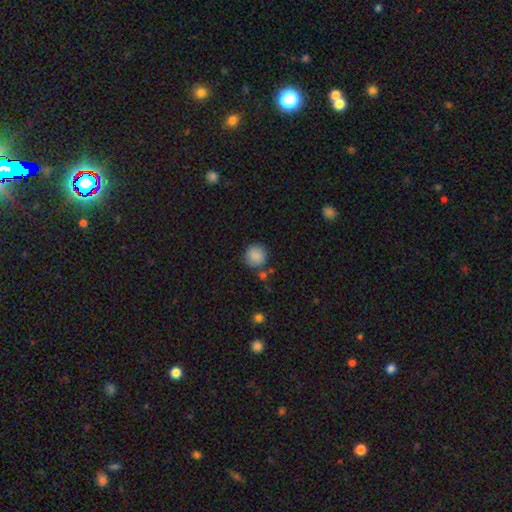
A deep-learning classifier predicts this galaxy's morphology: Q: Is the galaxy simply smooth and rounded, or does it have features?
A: smooth — 87%.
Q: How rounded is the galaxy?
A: round — 90%.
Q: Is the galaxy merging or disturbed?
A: none — 75%.